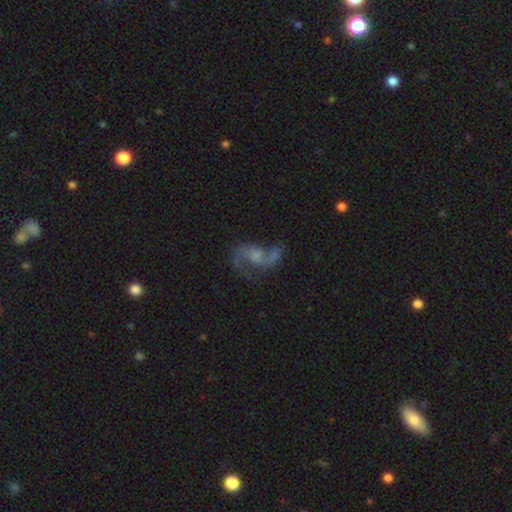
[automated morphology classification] Smooth or featured? featured or disk (78%)
Edge-on disk? no (97%)
Bar? no (58%)
Spiral arms? yes (91%)
Spiral winding? loose (59%)
Spiral arm count? 2 (85%)
Bulge size? small (39%)
Merging? none (48%)